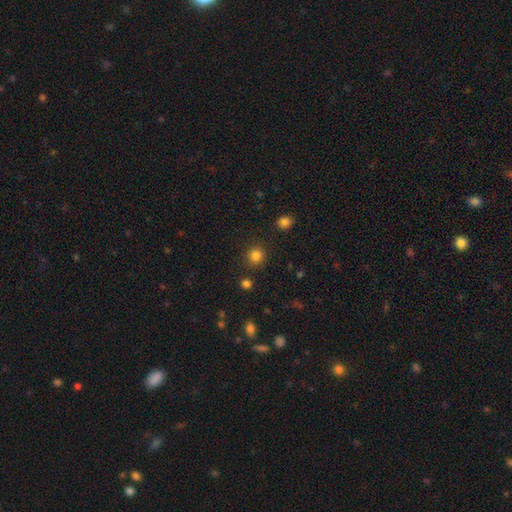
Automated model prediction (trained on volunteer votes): Q: Smooth or featured?
A: smooth (82%); runner-up: star or artifact (13%)
Q: How rounded?
A: round (93%); runner-up: in between (6%)
Q: Merging?
A: none (89%); runner-up: minor disturbance (6%)